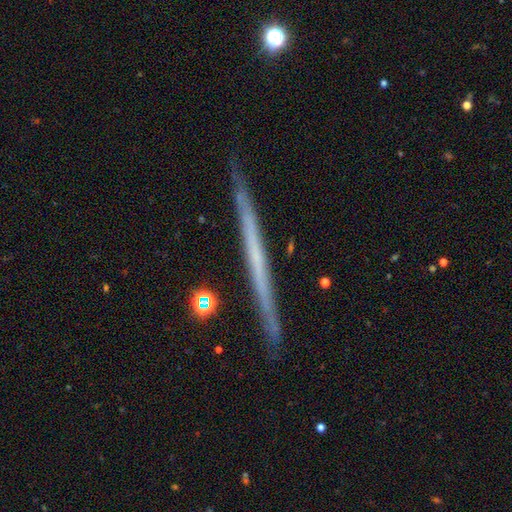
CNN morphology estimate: smooth_or_featured: featured or disk (p=0.60) [alt: smooth p=0.34]
disk_edge_on: yes (p=0.97) [alt: no p=0.03]
edge_on_bulge: none (p=0.93) [alt: rounded p=0.05]
merging: none (p=0.90) [alt: minor disturbance p=0.07]